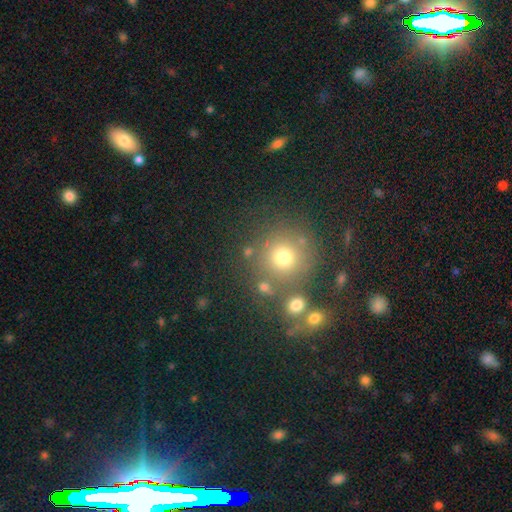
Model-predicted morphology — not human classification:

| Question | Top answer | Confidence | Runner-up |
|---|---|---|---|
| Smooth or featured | smooth | 61% | star or artifact (28%) |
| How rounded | round | 92% | in between (7%) |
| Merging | none | 76% | merger (11%) |